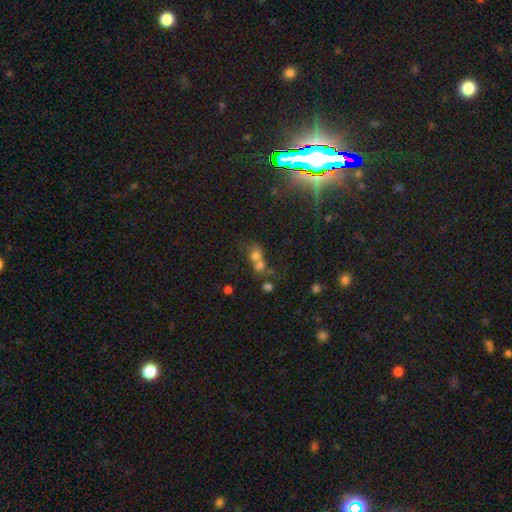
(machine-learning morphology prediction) smooth_or_featured: smooth (p=0.65) [alt: featured or disk p=0.17]
how_rounded: round (p=0.61) [alt: in between p=0.37]
merging: merger (p=0.65) [alt: none p=0.21]